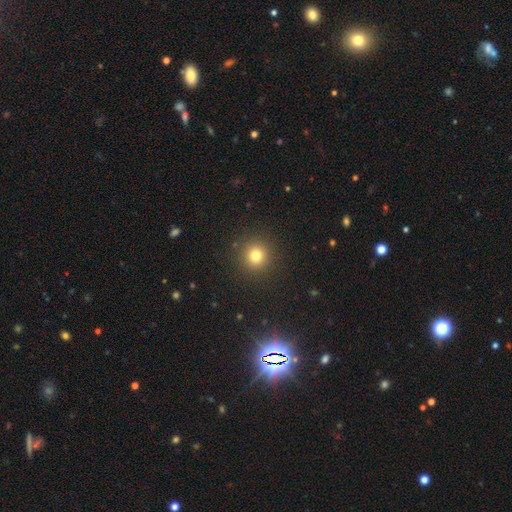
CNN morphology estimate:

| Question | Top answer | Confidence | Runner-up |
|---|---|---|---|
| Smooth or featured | smooth | 79% | star or artifact (15%) |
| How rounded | round | 95% | in between (4%) |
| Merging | none | 91% | minor disturbance (5%) |